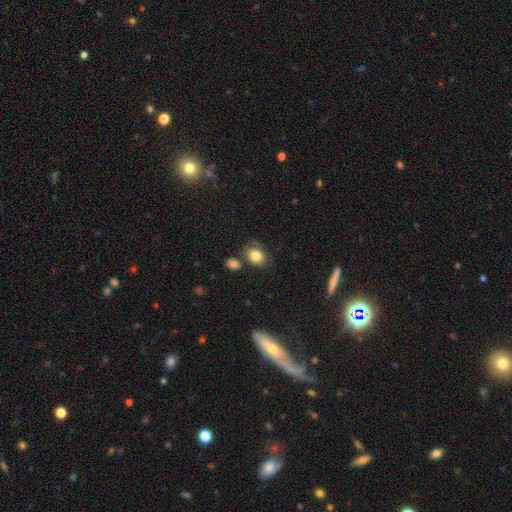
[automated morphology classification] Smooth or featured? smooth (82%)
How rounded? in between (54%)
Merging? none (68%)